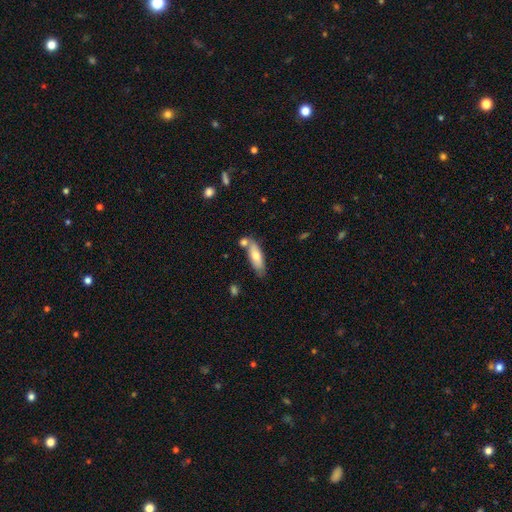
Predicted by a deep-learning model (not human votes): Smooth or featured?
  - smooth: 70% *
  - featured or disk: 24%
  - star or artifact: 6%
How rounded?
  - in between: 55% *
  - cigar-shaped: 43%
  - round: 2%
Merging?
  - none: 60% *
  - merger: 20%
  - minor disturbance: 16%
  - major disturbance: 4%